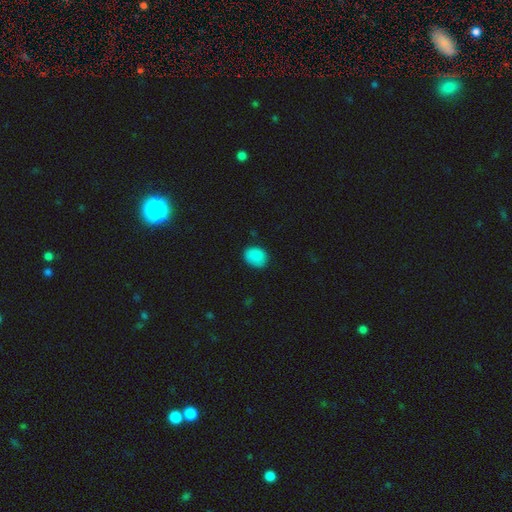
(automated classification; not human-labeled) Overall: smooth (87%). How rounded: in between (52%; round 47%). Merging: none (79%).